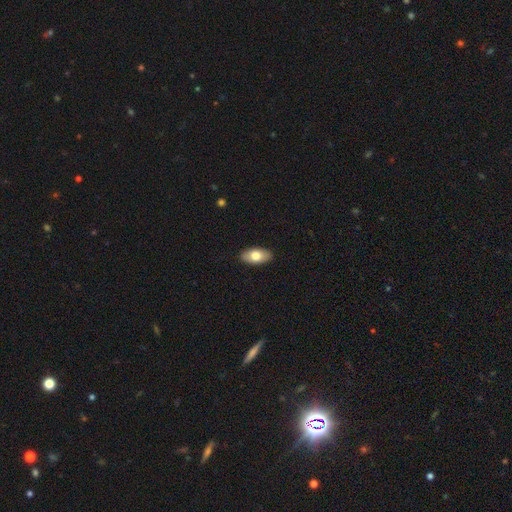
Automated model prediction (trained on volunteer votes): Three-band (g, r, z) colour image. It shows a smooth galaxy with no disk features (76%) that is in between round and cigar-shaped (93%). Merging: none (89%).